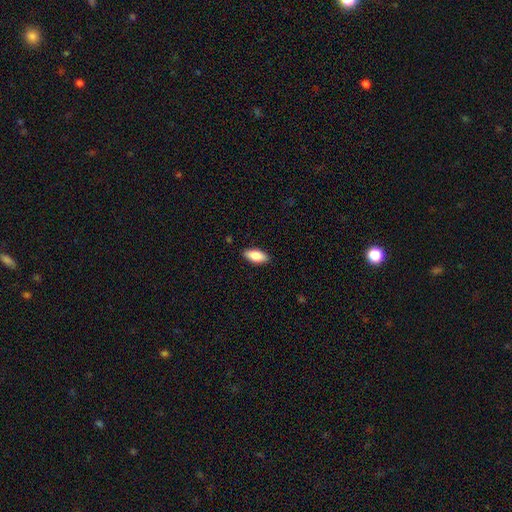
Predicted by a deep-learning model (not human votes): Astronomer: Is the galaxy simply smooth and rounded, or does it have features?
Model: smooth — 85%.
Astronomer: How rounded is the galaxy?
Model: in between — 87%.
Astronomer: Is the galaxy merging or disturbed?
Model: none — 89%.